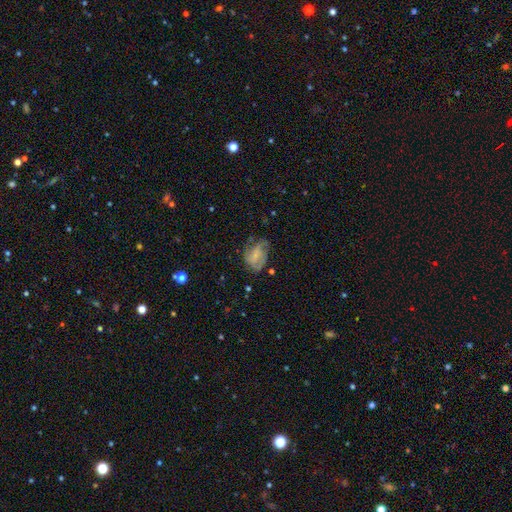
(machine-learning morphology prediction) Smooth or featured: featured or disk — 48% (smooth — 43%)
Merging: none — 43% (minor disturbance — 31%)